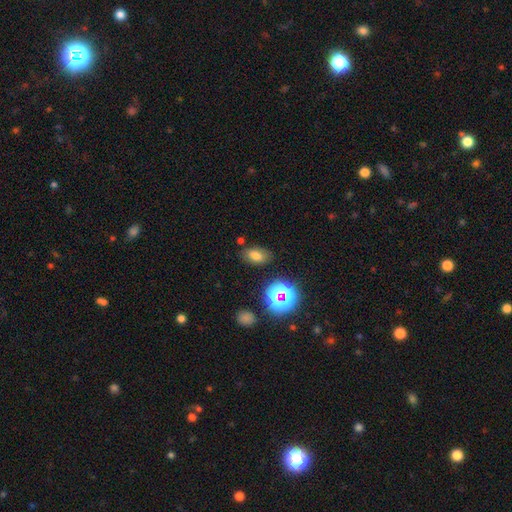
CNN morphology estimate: Smooth or featured?
  - smooth: 72% *
  - star or artifact: 17%
  - featured or disk: 11%
How rounded?
  - in between: 84% *
  - round: 14%
  - cigar-shaped: 2%
Merging?
  - none: 80% *
  - minor disturbance: 13%
  - major disturbance: 4%
  - merger: 3%